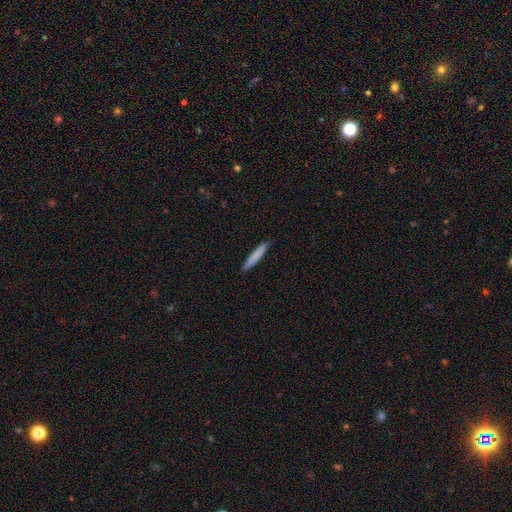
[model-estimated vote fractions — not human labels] Smooth or featured: smooth — 78% (featured or disk — 16%)
How rounded: cigar-shaped — 95% (in between — 4%)
Merging: none — 91% (minor disturbance — 7%)